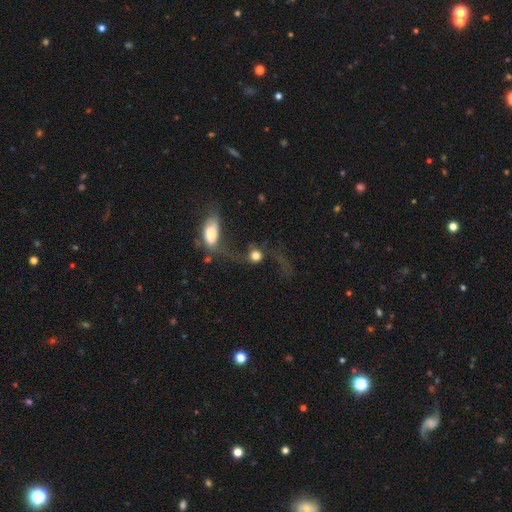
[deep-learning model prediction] A smooth galaxy with no disk features (51%) that is round (72%).

Vote fractions:
- Smooth or featured? smooth: 51% / featured or disk: 37% / star or artifact: 12%
- How rounded? round: 72% / in between: 24% / cigar-shaped: 4%
- Merging? merger: 35% / none: 27% / major disturbance: 26% / minor disturbance: 11%